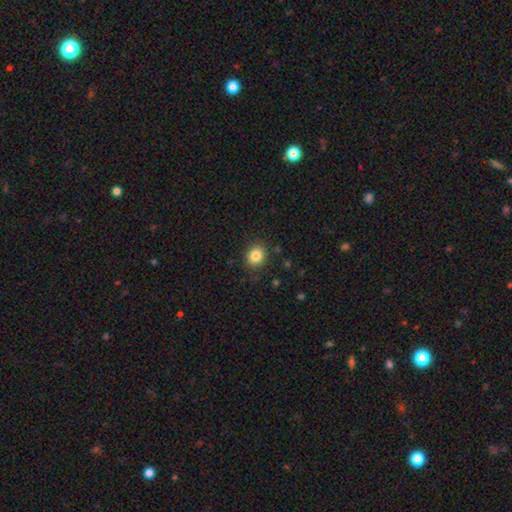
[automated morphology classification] A smooth galaxy with no disk features (84%) that is round (72%).

Vote fractions:
- Smooth or featured? smooth: 84% / star or artifact: 10% / featured or disk: 5%
- How rounded? round: 72% / in between: 27% / cigar-shaped: 1%
- Merging? none: 86% / minor disturbance: 9% / major disturbance: 3% / merger: 1%